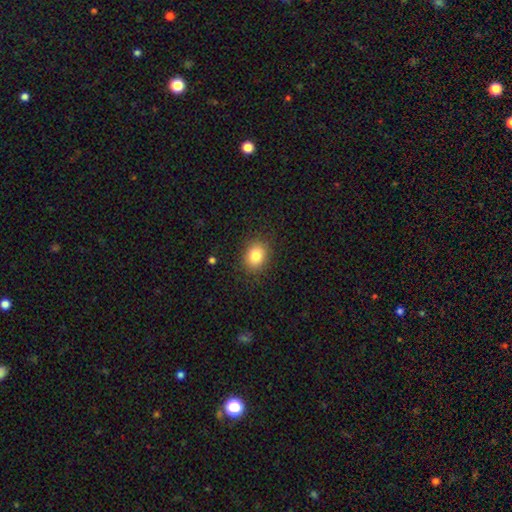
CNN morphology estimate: Overall: smooth (82%). How rounded: round (50%; in between 49%). Merging: none (87%).